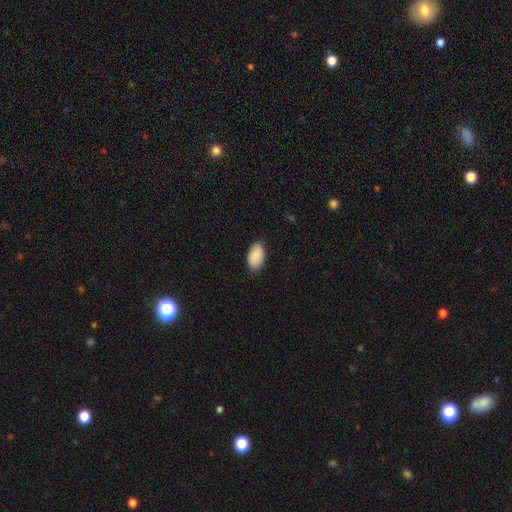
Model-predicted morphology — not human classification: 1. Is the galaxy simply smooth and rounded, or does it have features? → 88% smooth, 6% star or artifact, 5% featured or disk.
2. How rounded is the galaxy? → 95% in between, 4% round, 1% cigar-shaped.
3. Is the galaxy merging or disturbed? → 85% none, 12% minor disturbance, 2% major disturbance, 1% merger.